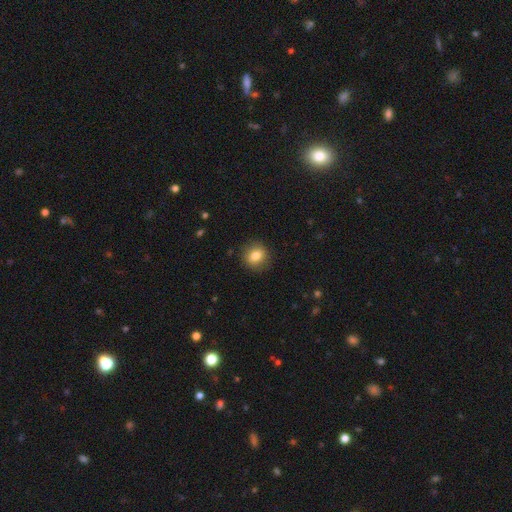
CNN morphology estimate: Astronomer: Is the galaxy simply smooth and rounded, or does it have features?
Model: smooth — 80%.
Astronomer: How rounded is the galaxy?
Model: round — 73%.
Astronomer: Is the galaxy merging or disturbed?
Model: none — 87%.